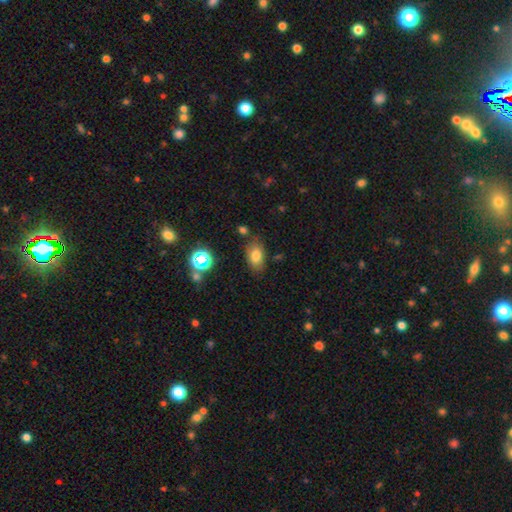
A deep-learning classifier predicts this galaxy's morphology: Smooth or featured? Predicted: smooth (p=0.77). How rounded? Predicted: in between (p=0.89). Merging? Predicted: none (p=0.75).